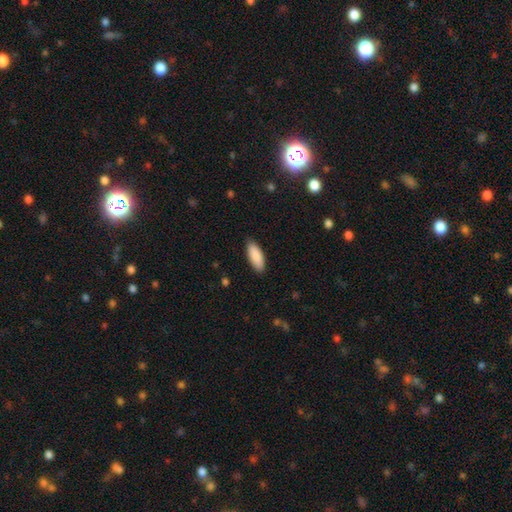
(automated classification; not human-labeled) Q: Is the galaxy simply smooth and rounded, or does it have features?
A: smooth — 90%.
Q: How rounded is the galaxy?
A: in between — 77%.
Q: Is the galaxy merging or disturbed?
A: none — 88%.